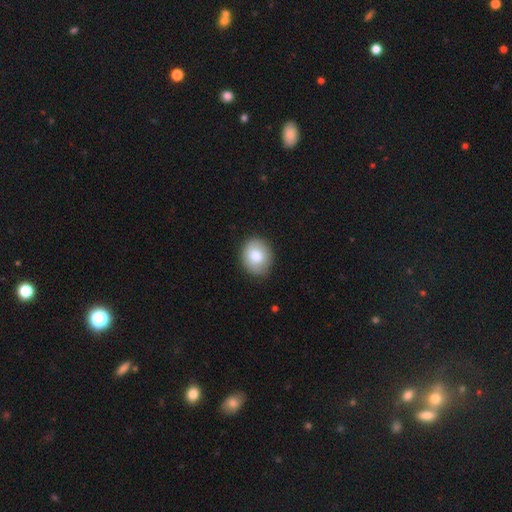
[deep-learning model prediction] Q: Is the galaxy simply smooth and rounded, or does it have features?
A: smooth — 79%.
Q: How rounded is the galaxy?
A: round — 59%.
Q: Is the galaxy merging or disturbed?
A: none — 83%.